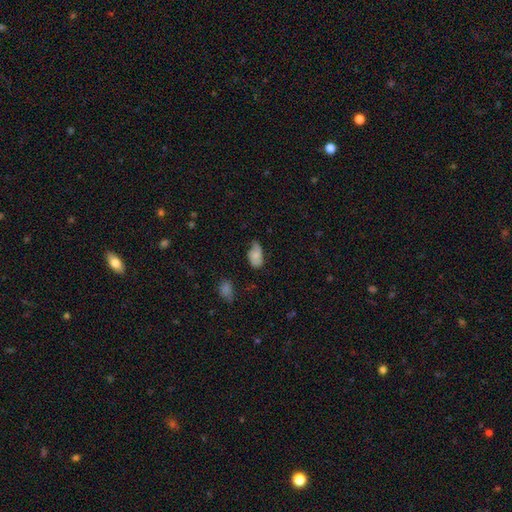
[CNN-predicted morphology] This appears to be a smooth galaxy with no disk features (63%) that is in between round and cigar-shaped (91%). Merging: none (44%).